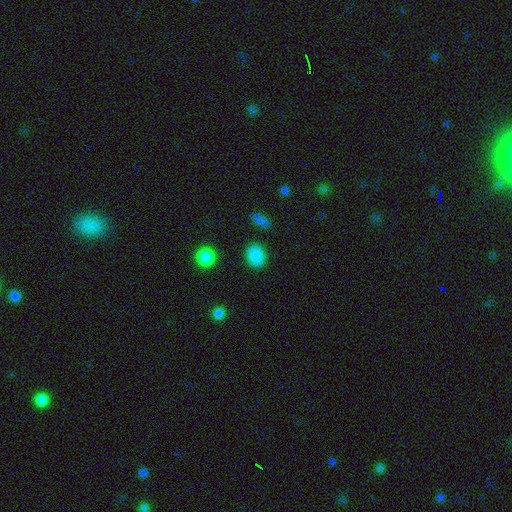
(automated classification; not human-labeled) Morphology: type=smooth (86%); roundness=round (53%); merging=none (88%).